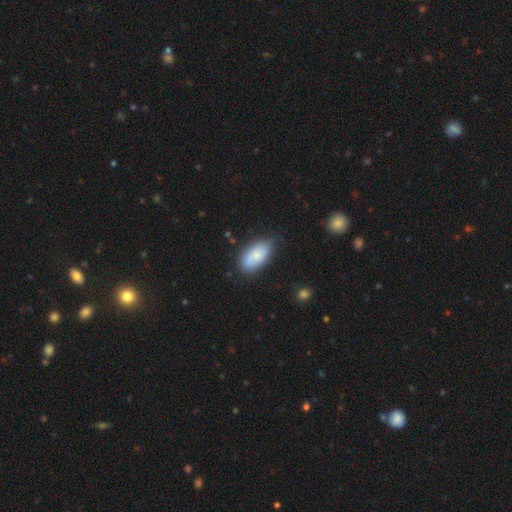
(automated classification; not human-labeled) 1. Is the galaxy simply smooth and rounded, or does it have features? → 75% smooth, 19% featured or disk, 6% star or artifact.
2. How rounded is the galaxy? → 93% in between, 4% cigar-shaped, 3% round.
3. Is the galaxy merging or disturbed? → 70% none, 23% minor disturbance, 5% major disturbance, 3% merger.